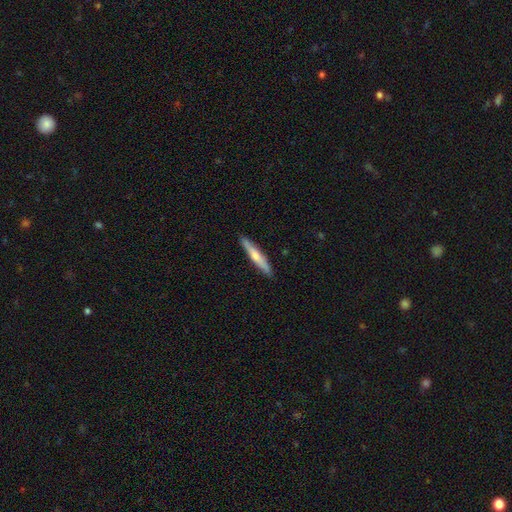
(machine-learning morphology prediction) Smooth or featured: smooth — 57% (featured or disk — 38%)
How rounded: cigar-shaped — 92% (in between — 6%)
Merging: none — 89% (minor disturbance — 8%)